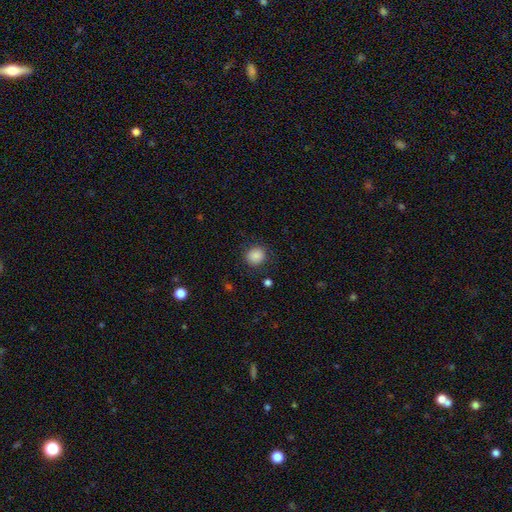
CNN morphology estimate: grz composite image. It shows a smooth galaxy with no disk features (87%) that is round (81%). Merging: none (85%).